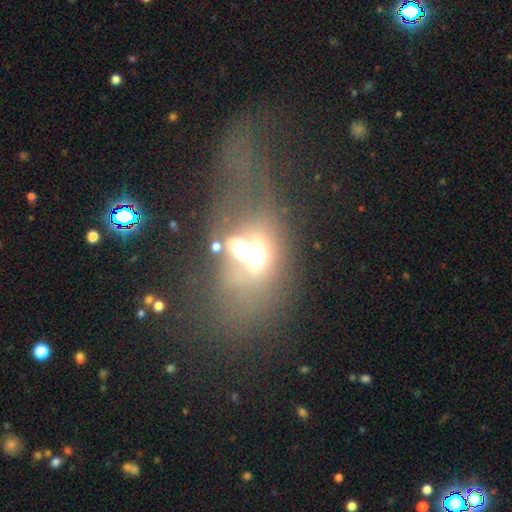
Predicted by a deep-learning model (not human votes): A smooth galaxy with no disk features (43%). Merging: merger (56%).